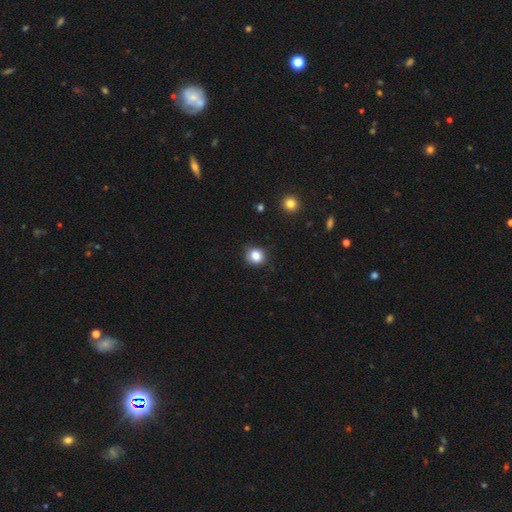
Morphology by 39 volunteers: Q: Smooth or featured?
A: smooth (87%); runner-up: featured or disk (8%)
Q: How rounded?
A: round (68%); runner-up: in between (32%)
Q: Merging?
A: none (86%); runner-up: minor disturbance (8%)